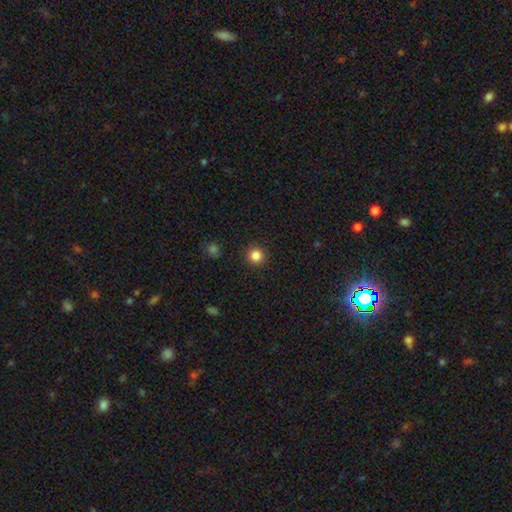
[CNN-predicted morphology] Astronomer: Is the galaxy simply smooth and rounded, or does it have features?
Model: smooth — 84%.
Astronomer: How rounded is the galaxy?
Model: round — 95%.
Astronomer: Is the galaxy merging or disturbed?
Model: none — 92%.